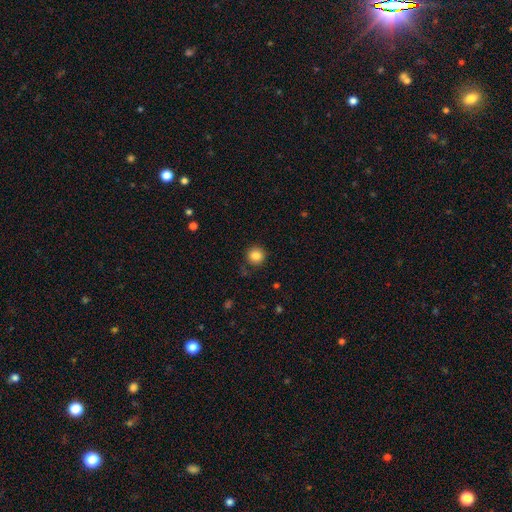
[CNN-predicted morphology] type=smooth (85%); roundness=round (94%); merging=none (89%).